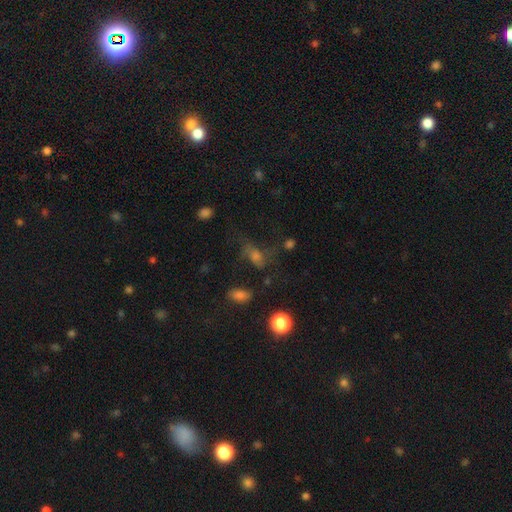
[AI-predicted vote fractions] Q: Smooth or featured?
A: smooth (44%); runner-up: star or artifact (29%)
Q: Merging?
A: none (47%); runner-up: major disturbance (27%)